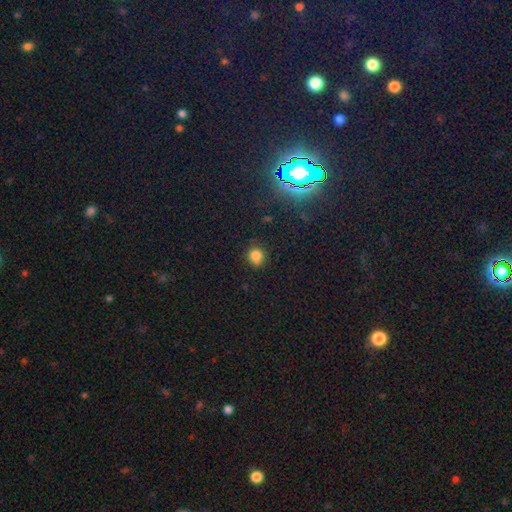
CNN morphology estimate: smooth_or_featured: smooth (p=0.80) [alt: star or artifact p=0.14]
how_rounded: round (p=0.78) [alt: in between p=0.21]
merging: none (p=0.69) [alt: minor disturbance p=0.21]